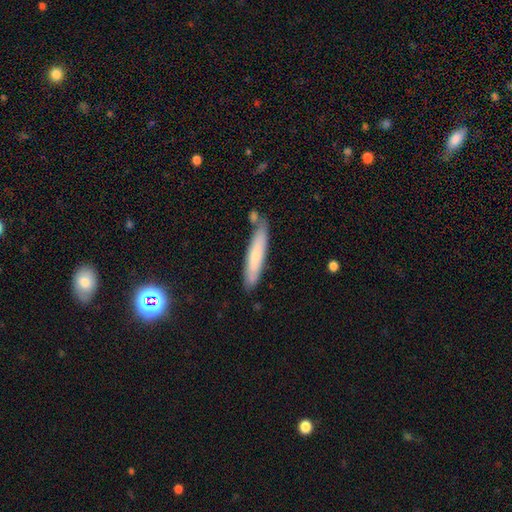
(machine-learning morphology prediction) Smooth or featured: smooth — 68% (featured or disk — 25%)
How rounded: cigar-shaped — 90% (in between — 9%)
Merging: none — 77% (minor disturbance — 14%)